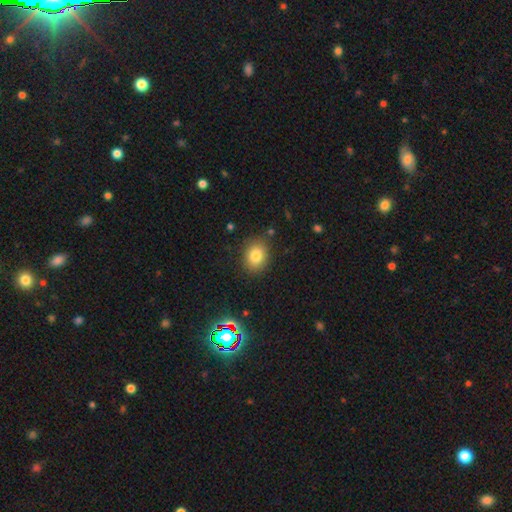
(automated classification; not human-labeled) The model was most divided on "how rounded": round: 52%, in between: 47%, cigar-shaped: 1%. More confident: merging — none (84%); smooth or featured — smooth (81%).